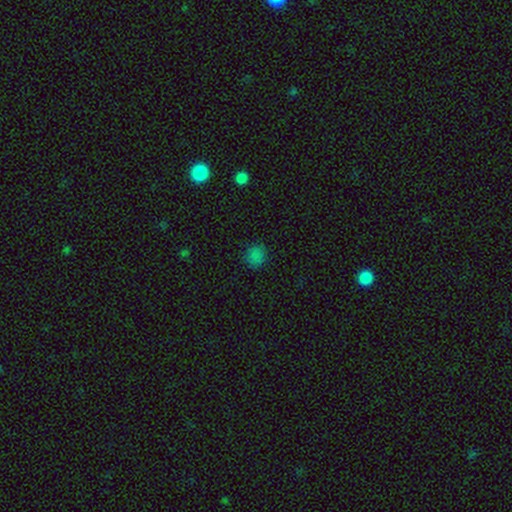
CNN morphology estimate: smooth-or-featured: smooth: 78% | star or artifact: 18% | featured or disk: 4%
  how-rounded: round: 79% | in between: 20% | cigar-shaped: 1%
  merging: none: 86% | minor disturbance: 10% | major disturbance: 3% | merger: 1%